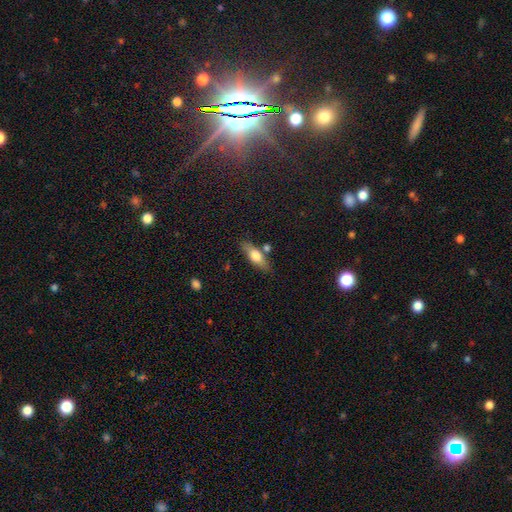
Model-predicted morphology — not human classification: Smooth or featured? smooth (63%)
How rounded? in between (55%)
Merging? none (74%)